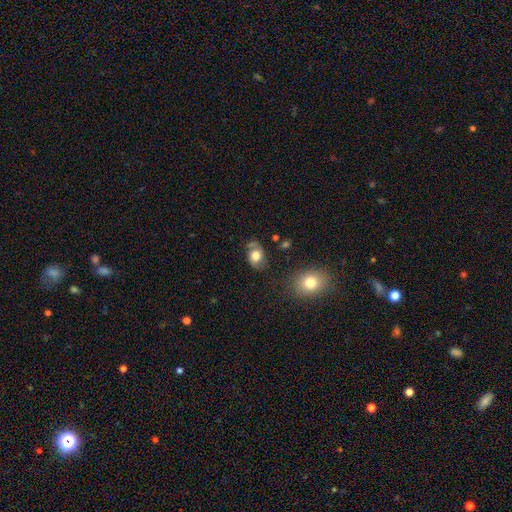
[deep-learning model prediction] Smooth or featured? smooth (66%)
How rounded? in between (65%)
Merging? none (63%)